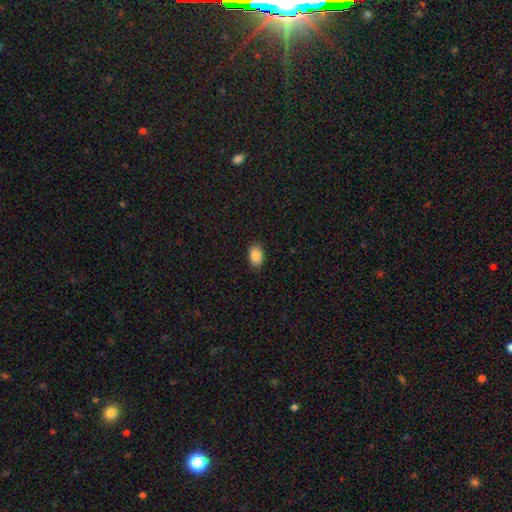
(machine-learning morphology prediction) This is clearly a smooth galaxy (88%). How rounded: clearly in between (86%). Merging: clearly none (89%).